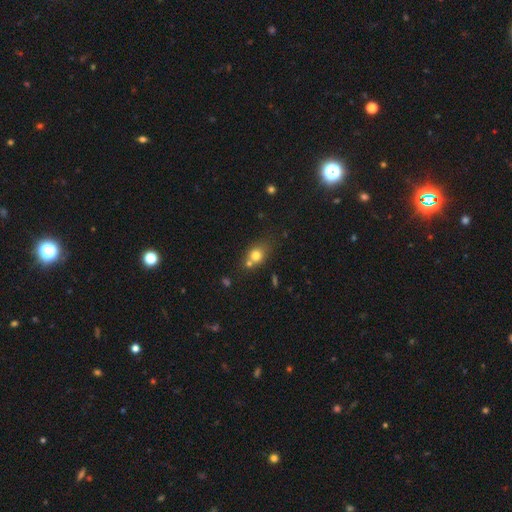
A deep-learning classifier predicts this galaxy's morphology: Smooth or featured: smooth — 75% (star or artifact — 13%)
How rounded: round — 59% (in between — 39%)
Merging: none — 52% (merger — 29%)